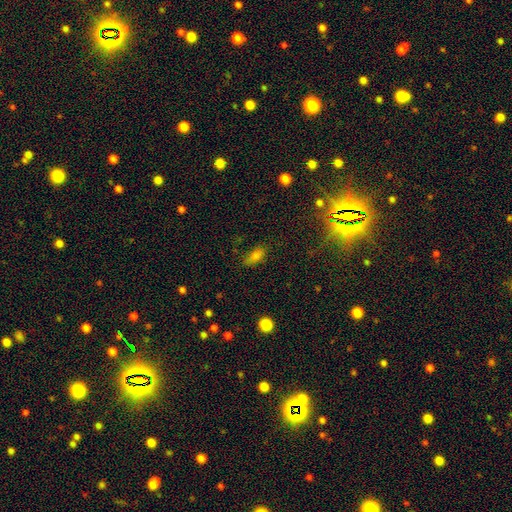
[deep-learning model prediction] smooth-or-featured: smooth: 69% | star or artifact: 21% | featured or disk: 10%
  how-rounded: in between: 83% | cigar-shaped: 11% | round: 6%
  merging: none: 75% | minor disturbance: 17% | major disturbance: 6% | merger: 2%